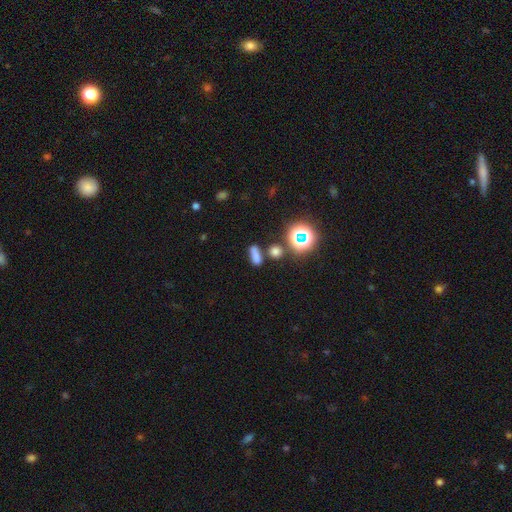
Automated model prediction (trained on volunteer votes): smooth 69%, star or artifact 22%, featured or disk 9%. Down the decision tree: how rounded — in between (58%); merging — none (57%).